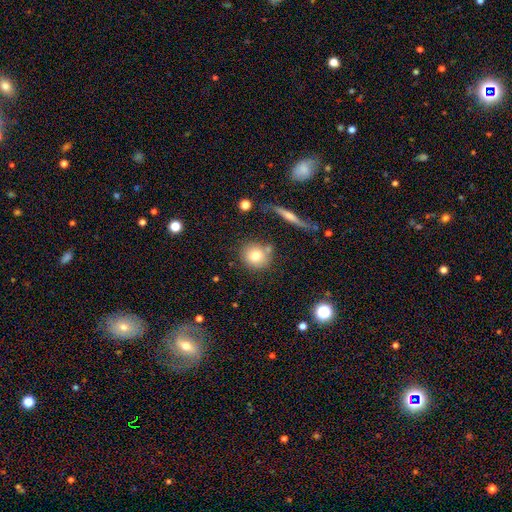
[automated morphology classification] Q: Smooth or featured?
A: smooth (76%); runner-up: featured or disk (15%)
Q: How rounded?
A: round (85%); runner-up: in between (13%)
Q: Merging?
A: none (72%); runner-up: minor disturbance (12%)